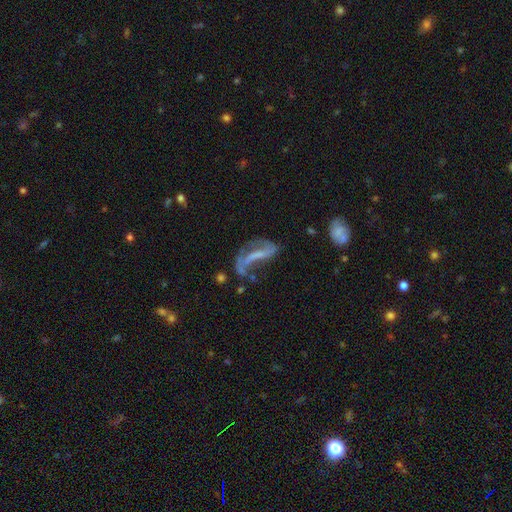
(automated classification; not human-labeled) Overall: featured or disk (69%). Edge-on disk: no (90%). Bar: strong (39%; weak 32%). Spiral arms: yes (70%; no 30%). Bulge size: none (54%; small 29%). Merging: major disturbance (38%; none 32%).